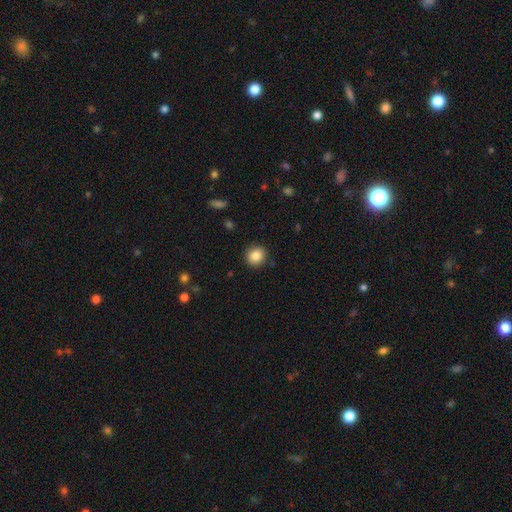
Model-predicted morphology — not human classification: Q: Smooth or featured?
A: smooth (85%); runner-up: star or artifact (9%)
Q: How rounded?
A: round (88%); runner-up: in between (11%)
Q: Merging?
A: none (91%); runner-up: minor disturbance (6%)